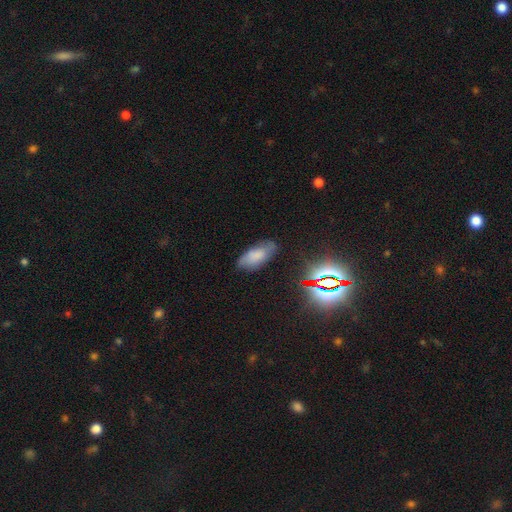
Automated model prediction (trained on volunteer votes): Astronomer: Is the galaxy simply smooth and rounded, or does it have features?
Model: smooth — 70%.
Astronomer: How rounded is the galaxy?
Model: in between — 88%.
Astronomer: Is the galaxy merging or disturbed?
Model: none — 71%.